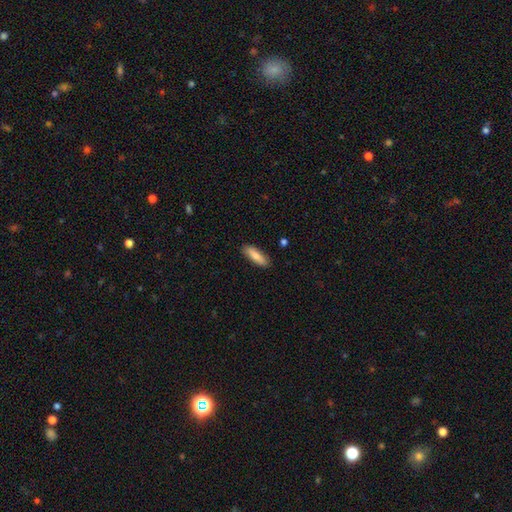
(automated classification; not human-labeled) A smooth galaxy with no disk features (81%) that is in between round and cigar-shaped (49%, tied with cigar-shaped).

Vote fractions:
- Smooth or featured? smooth: 81% / featured or disk: 13% / star or artifact: 6%
- How rounded? in between: 49% (tied) / cigar-shaped: 49% (tied) / round: 2%
- Merging? none: 88% / minor disturbance: 9% / major disturbance: 2% / merger: 1%